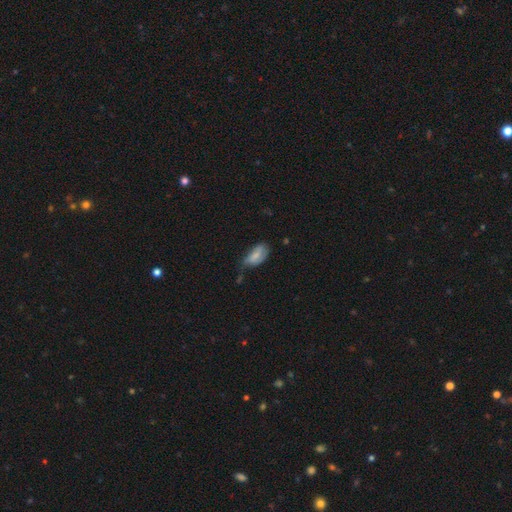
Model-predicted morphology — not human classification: This is likely a smooth galaxy (72%). How rounded: clearly in between (91%). Merging: marginally minor disturbance (42%).